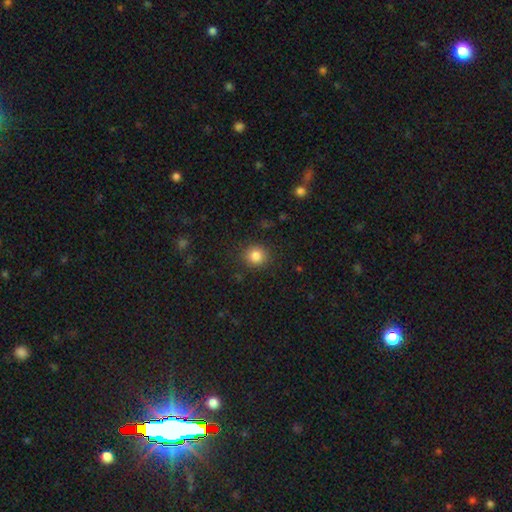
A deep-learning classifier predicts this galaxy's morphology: Smooth or featured: smooth — 84% (star or artifact — 11%)
How rounded: round — 89% (in between — 10%)
Merging: none — 89% (minor disturbance — 7%)